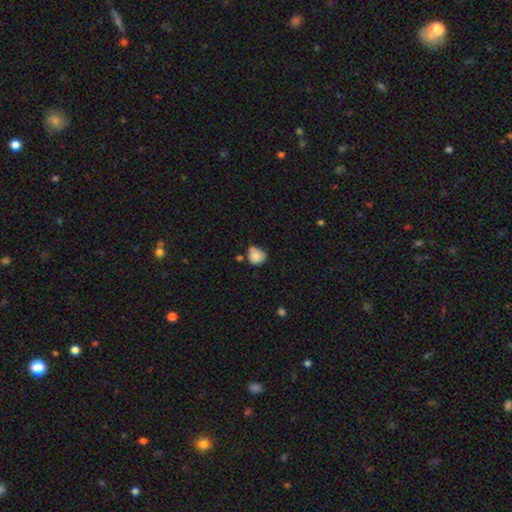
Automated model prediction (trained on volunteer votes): The model was most divided on "merging": none: 51%, minor disturbance: 35%, merger: 7%, major disturbance: 7%. More confident: smooth or featured — smooth (84%); how rounded — round (74%).